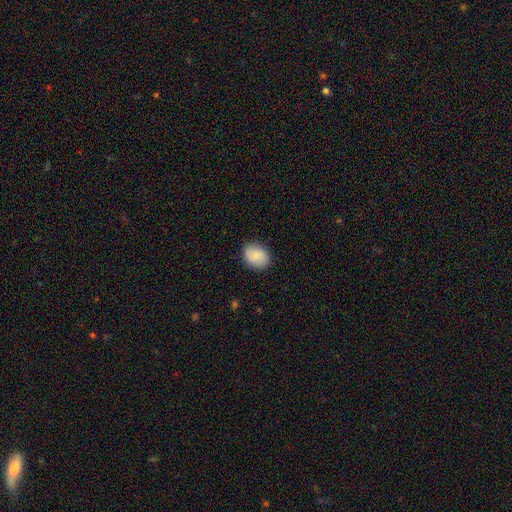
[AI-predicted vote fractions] Smooth or featured?
  - smooth: 87% *
  - star or artifact: 7%
  - featured or disk: 7%
How rounded?
  - in between: 67% *
  - round: 32%
  - cigar-shaped: 1%
Merging?
  - none: 86% *
  - minor disturbance: 10%
  - major disturbance: 3%
  - merger: 1%